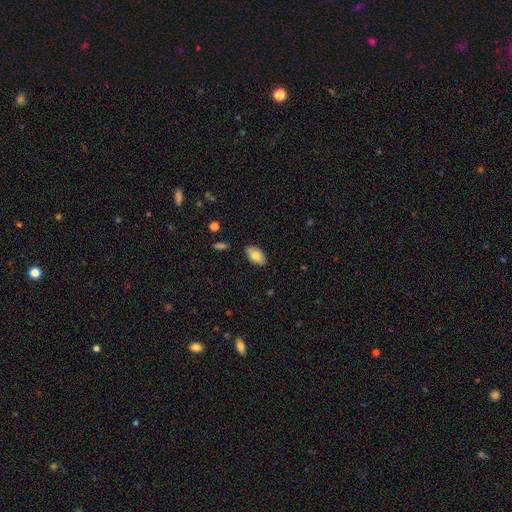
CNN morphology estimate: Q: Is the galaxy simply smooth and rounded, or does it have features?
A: smooth — 79%.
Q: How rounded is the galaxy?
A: in between — 94%.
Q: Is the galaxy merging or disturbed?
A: none — 86%.